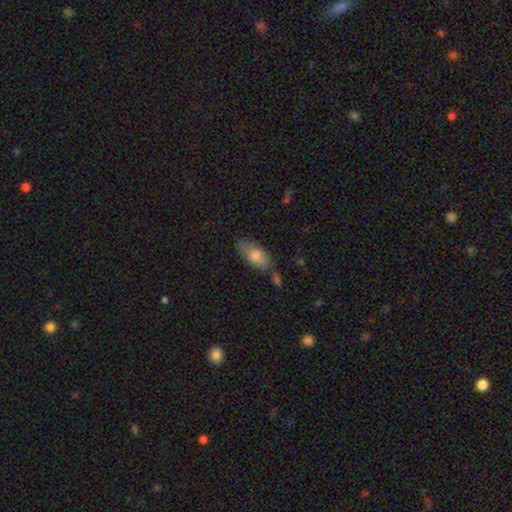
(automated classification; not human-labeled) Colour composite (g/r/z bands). It shows a smooth galaxy with no disk features (77%) that is in between round and cigar-shaped (86%). Merging: none (61%).